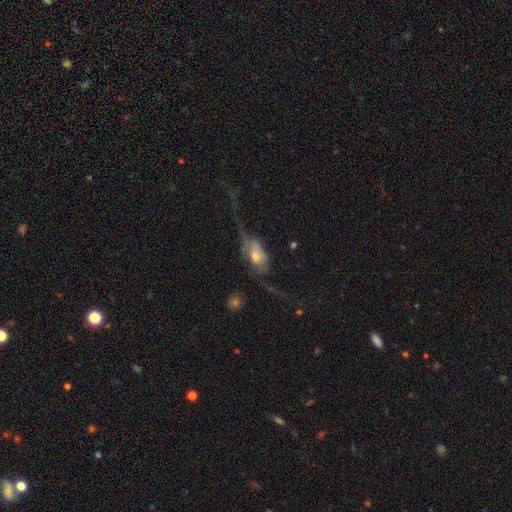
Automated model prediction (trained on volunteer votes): featured or disk 53%, smooth 38%, star or artifact 8%. Down the decision tree: edge-on disk — no (85%); merging — major disturbance (58%).